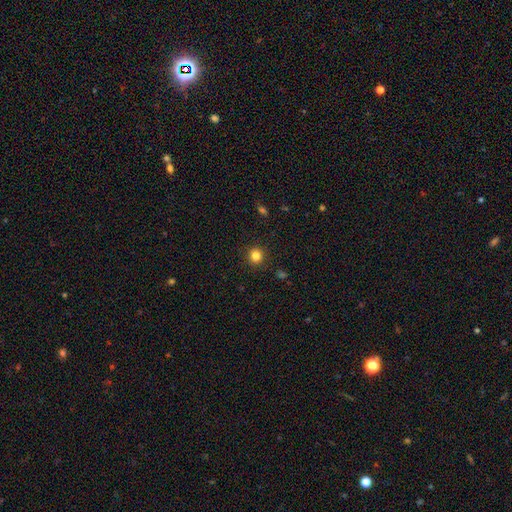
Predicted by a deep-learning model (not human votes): This appears to be a smooth galaxy with no disk features (83%) that is round (91%). Merging: none (91%).